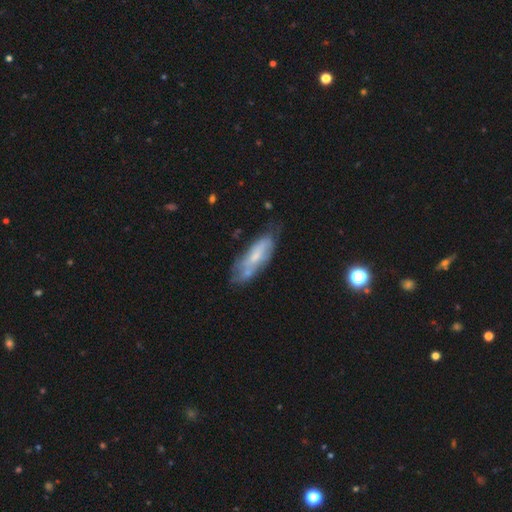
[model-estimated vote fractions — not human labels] The model was most divided on "smooth or featured": featured or disk: 48%, smooth: 44%, star or artifact: 8%. More confident: merging — none (53%).